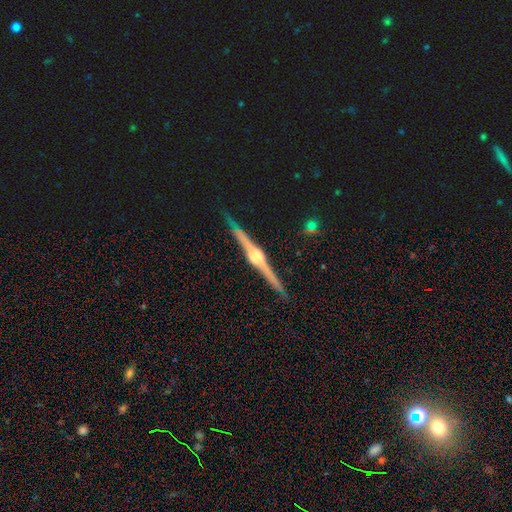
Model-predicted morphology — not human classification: Q: Smooth or featured?
A: featured or disk (87%); runner-up: smooth (7%)
Q: Edge-on disk?
A: yes (98%); runner-up: no (2%)
Q: Edge-on bulge?
A: rounded (88%); runner-up: boxy (9%)
Q: Merging?
A: none (90%); runner-up: minor disturbance (7%)